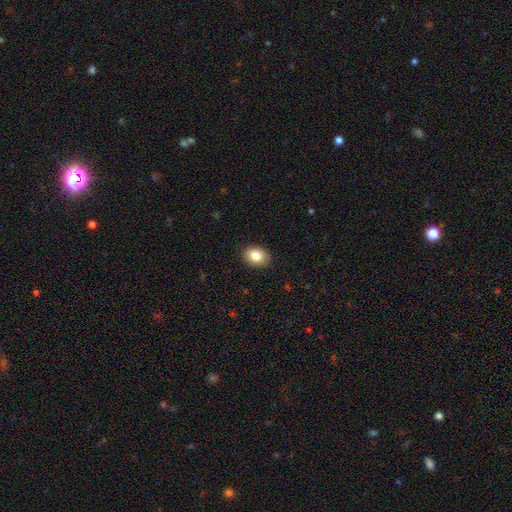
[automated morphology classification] This is clearly a smooth galaxy (83%). How rounded: likely in between (70%). Merging: clearly none (89%).